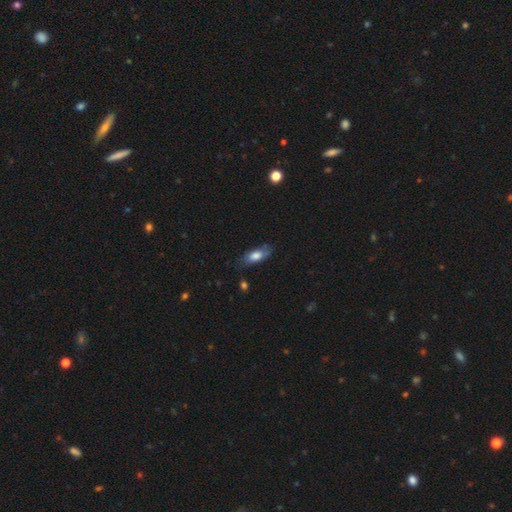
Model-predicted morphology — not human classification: This is likely a smooth galaxy (71%). How rounded: likely in between (75%). Merging: likely none (65%).